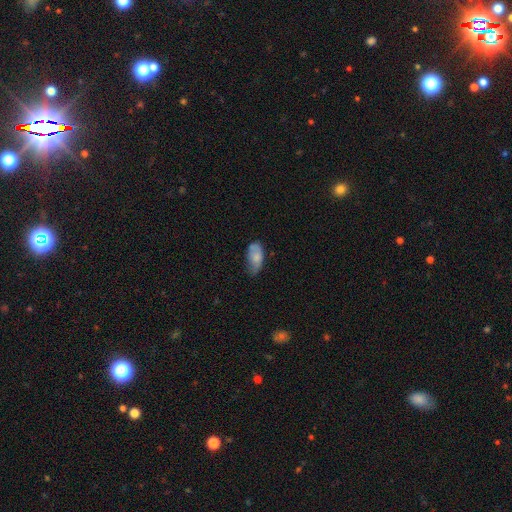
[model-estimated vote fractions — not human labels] smooth-or-featured: smooth: 74% | featured or disk: 18% | star or artifact: 7%
  how-rounded: in between: 92% | cigar-shaped: 5% | round: 4%
  merging: none: 45% | minor disturbance: 40% | major disturbance: 13% | merger: 3%